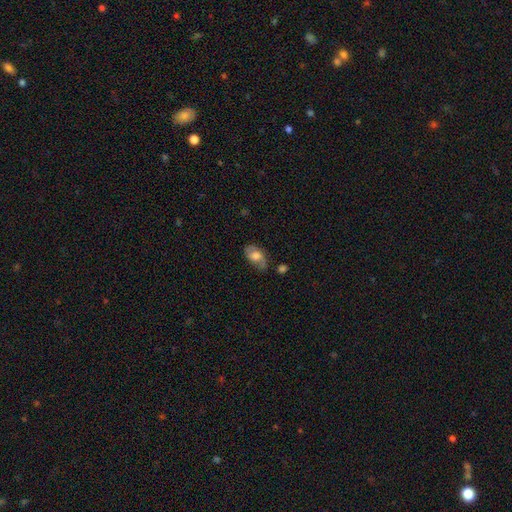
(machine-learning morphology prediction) smooth 56%, featured or disk 36%, star or artifact 8%. Down the decision tree: how rounded — in between (89%); merging — none (58%).